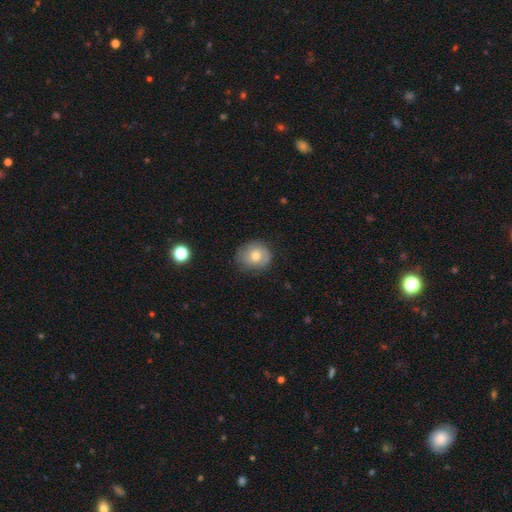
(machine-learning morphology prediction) This appears to be a smooth galaxy with no disk features (63%) that is round (75%). Merging: none (73%).